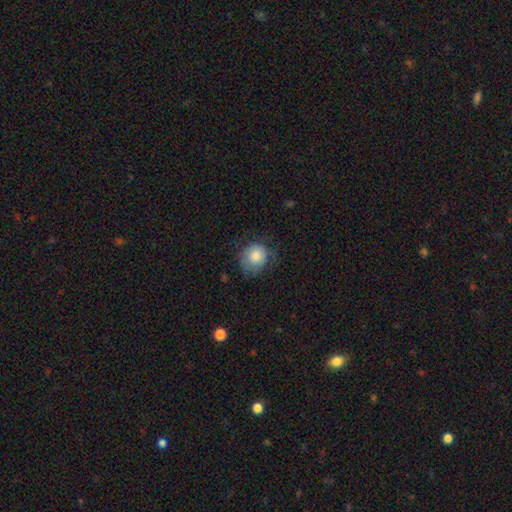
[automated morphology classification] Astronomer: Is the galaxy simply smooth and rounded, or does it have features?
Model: smooth — 80%.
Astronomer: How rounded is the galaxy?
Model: round — 77%.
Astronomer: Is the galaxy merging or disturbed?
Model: none — 61%.